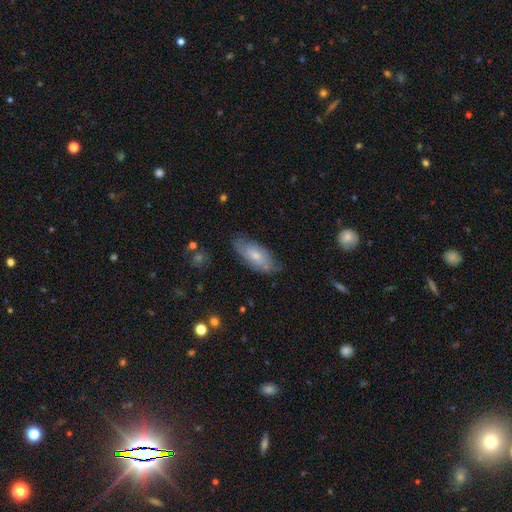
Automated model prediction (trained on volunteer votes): Smooth or featured: smooth — 57% (featured or disk — 37%)
How rounded: in between — 84% (cigar-shaped — 13%)
Merging: none — 70% (minor disturbance — 24%)